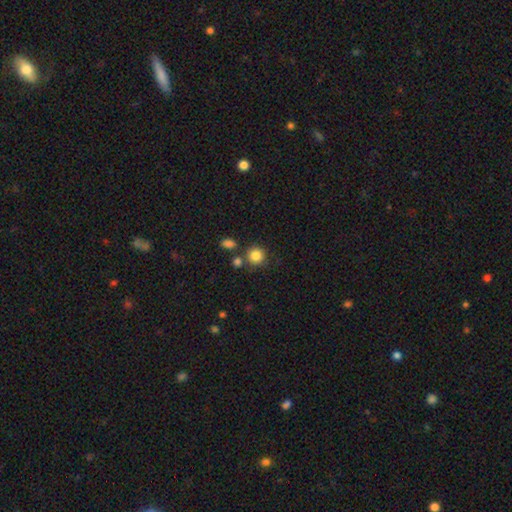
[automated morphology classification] This appears to be a smooth galaxy with no disk features (85%) that is round (90%). Merging: none (73%).